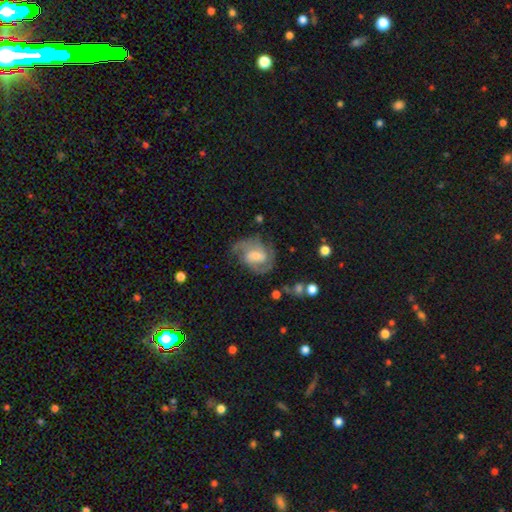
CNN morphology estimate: Smooth or featured? Predicted: featured or disk (p=0.82). Edge-on disk? Predicted: no (p=0.97). Bar? Predicted: weak (p=0.51). Spiral arms? Predicted: yes (p=0.95). Spiral winding? Predicted: medium (p=0.50). Spiral arm count? Predicted: 2 (p=0.63). Bulge size? Predicted: moderate (p=0.46). Merging? Predicted: none (p=0.66).